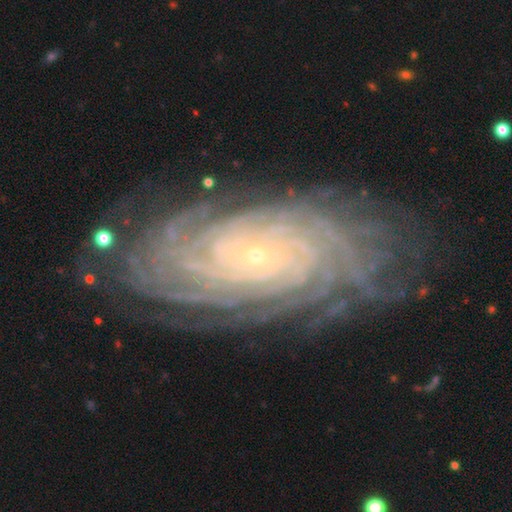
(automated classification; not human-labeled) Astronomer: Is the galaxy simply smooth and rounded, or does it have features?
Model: featured or disk — 89%.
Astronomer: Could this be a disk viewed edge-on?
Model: no — 96%.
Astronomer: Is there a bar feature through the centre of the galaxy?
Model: no — 76%.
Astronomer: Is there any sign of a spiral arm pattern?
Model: yes — 98%.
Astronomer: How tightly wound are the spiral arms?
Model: tight — 87%.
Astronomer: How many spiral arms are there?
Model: more than 4 — 42% (runner-up: can't tell, 19%).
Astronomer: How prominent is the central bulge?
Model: small — 88%.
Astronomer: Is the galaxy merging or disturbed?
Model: none — 81%.